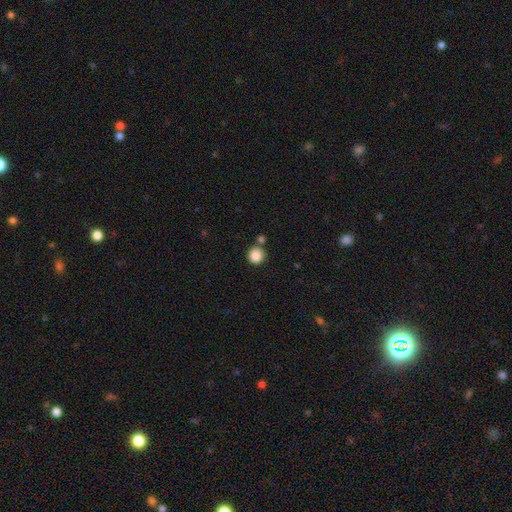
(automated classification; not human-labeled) Smooth or featured: smooth — 87% (star or artifact — 10%)
How rounded: round — 94% (in between — 5%)
Merging: none — 76% (merger — 13%)